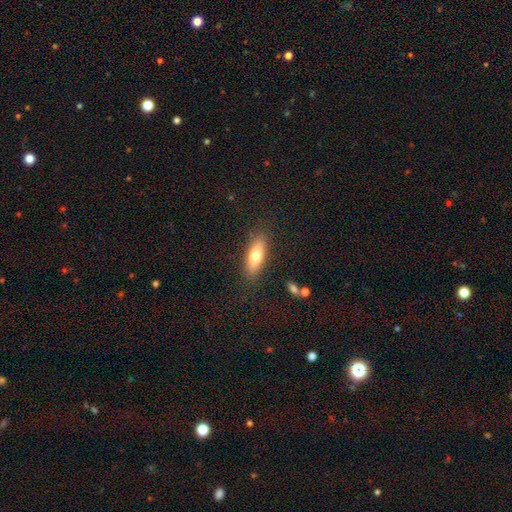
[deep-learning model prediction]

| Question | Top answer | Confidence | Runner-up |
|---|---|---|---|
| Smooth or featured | smooth | 71% | featured or disk (22%) |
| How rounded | in between | 59% | cigar-shaped (39%) |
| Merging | none | 85% | minor disturbance (10%) |